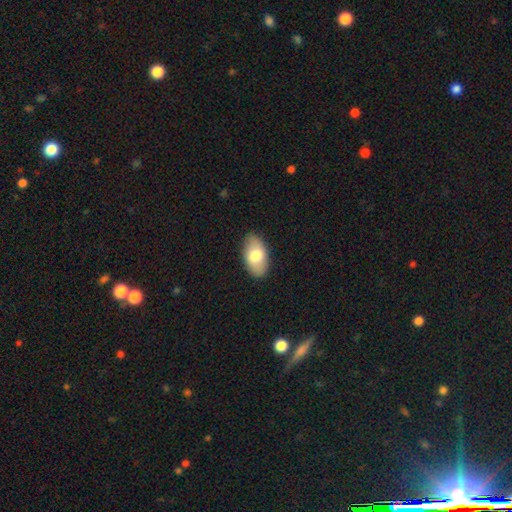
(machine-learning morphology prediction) Smooth or featured? Predicted: smooth (p=0.74). How rounded? Predicted: in between (p=0.94). Merging? Predicted: none (p=0.86).